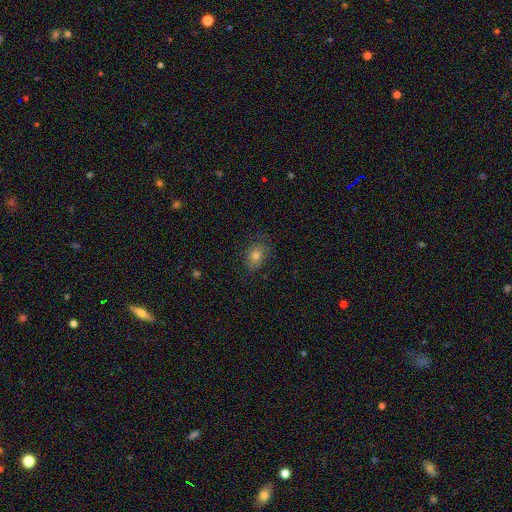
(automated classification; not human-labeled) Smooth or featured?
  - smooth: 71% *
  - star or artifact: 16%
  - featured or disk: 13%
How rounded?
  - in between: 65% *
  - round: 34%
  - cigar-shaped: 1%
Merging?
  - none: 79% *
  - minor disturbance: 15%
  - major disturbance: 4%
  - merger: 1%